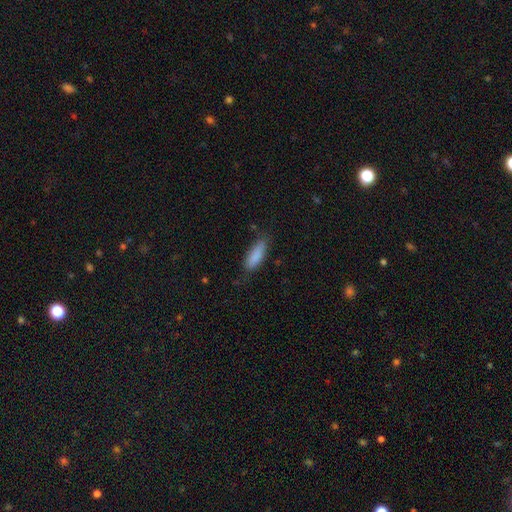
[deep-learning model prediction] smooth 86%, featured or disk 7%, star or artifact 7%. Down the decision tree: how rounded — in between (58%); merging — none (70%).